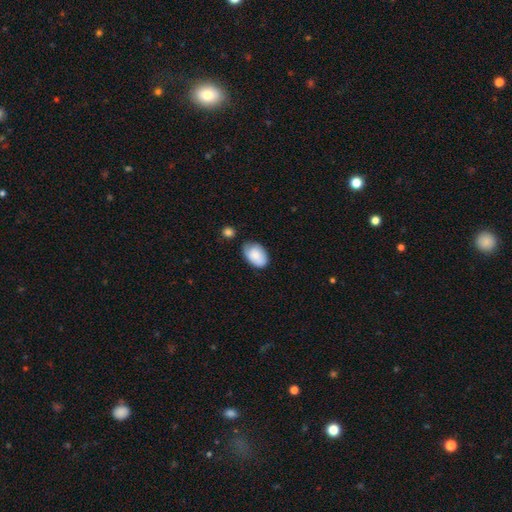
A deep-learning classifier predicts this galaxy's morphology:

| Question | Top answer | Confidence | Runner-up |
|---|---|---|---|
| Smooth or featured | smooth | 83% | featured or disk (10%) |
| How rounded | in between | 90% | round (9%) |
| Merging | none | 65% | minor disturbance (25%) |